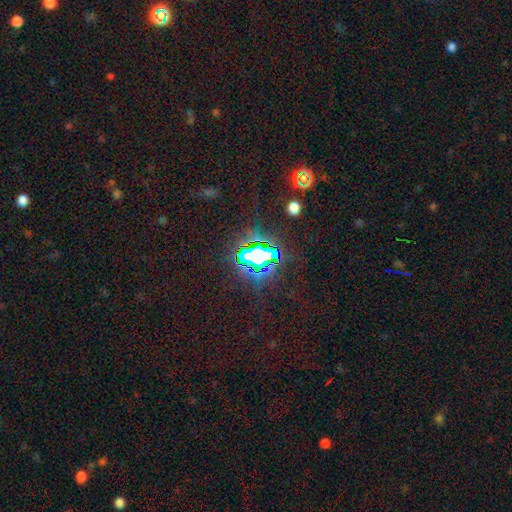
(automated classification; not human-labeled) star or artifact 77%, smooth 12%, featured or disk 10%.